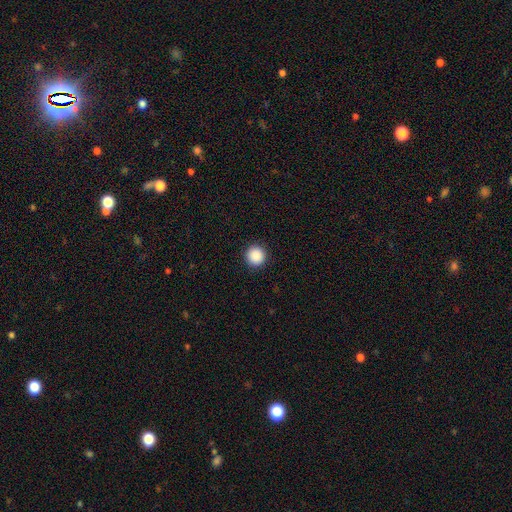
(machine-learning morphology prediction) Smooth or featured: smooth — 89% (star or artifact — 9%)
How rounded: round — 96% (in between — 3%)
Merging: none — 93% (minor disturbance — 4%)